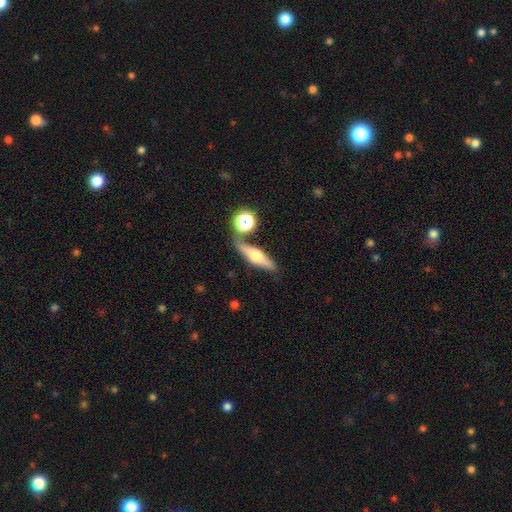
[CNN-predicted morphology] This is possibly a featured or disk galaxy (53%). It is clearly viewed edge-on (90%). Merging: likely none (72%).